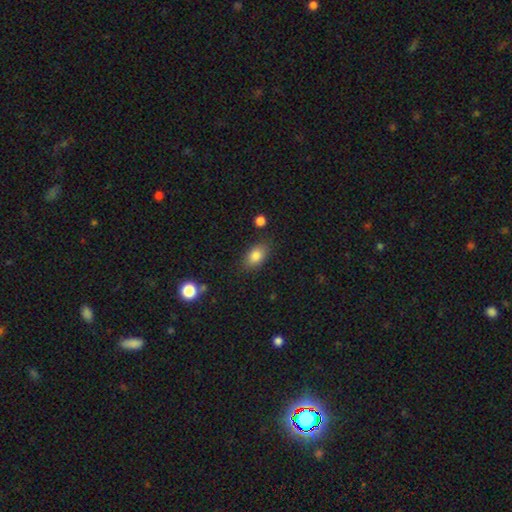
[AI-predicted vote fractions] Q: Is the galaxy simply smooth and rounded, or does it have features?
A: smooth — 83%.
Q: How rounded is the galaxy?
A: in between — 85%.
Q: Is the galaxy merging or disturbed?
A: none — 81%.